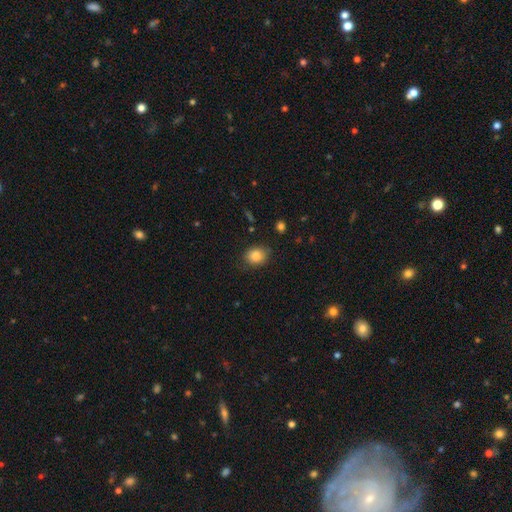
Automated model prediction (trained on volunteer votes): Morphology: type=smooth (85%); roundness=in between (50%); merging=none (77%).